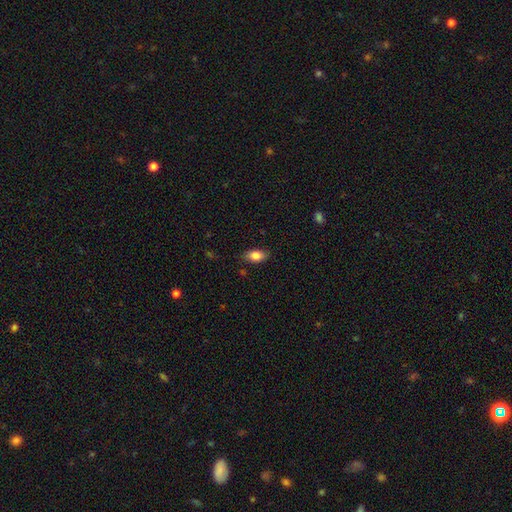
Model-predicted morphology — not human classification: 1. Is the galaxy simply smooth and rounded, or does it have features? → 84% smooth, 9% featured or disk, 7% star or artifact.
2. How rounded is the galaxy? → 90% in between, 5% cigar-shaped, 5% round.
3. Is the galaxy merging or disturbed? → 84% none, 12% minor disturbance, 3% major disturbance, 1% merger.